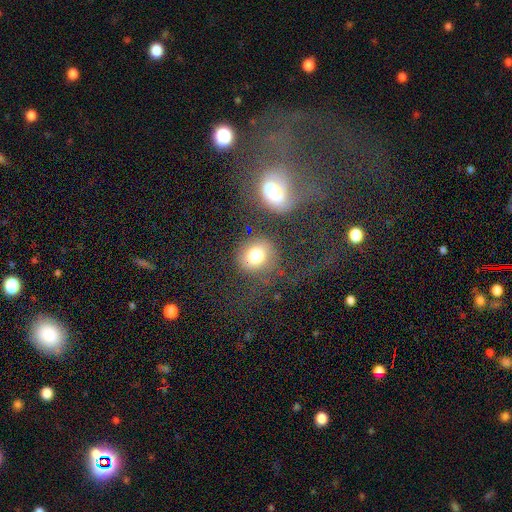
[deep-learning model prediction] Smooth or featured? smooth (75%)
How rounded? round (79%)
Merging? none (58%)